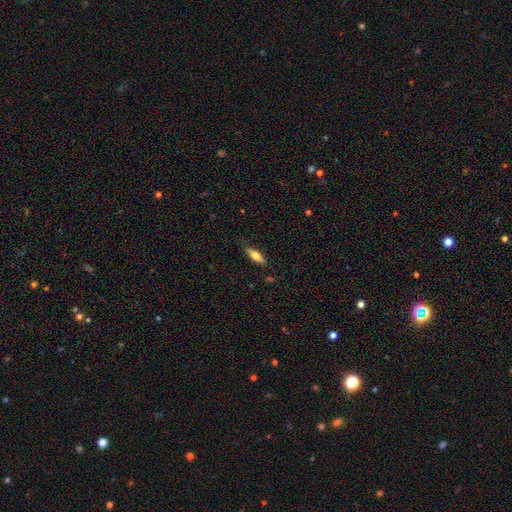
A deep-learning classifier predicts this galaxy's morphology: type=smooth (66%); roundness=cigar-shaped (50%); merging=none (79%).